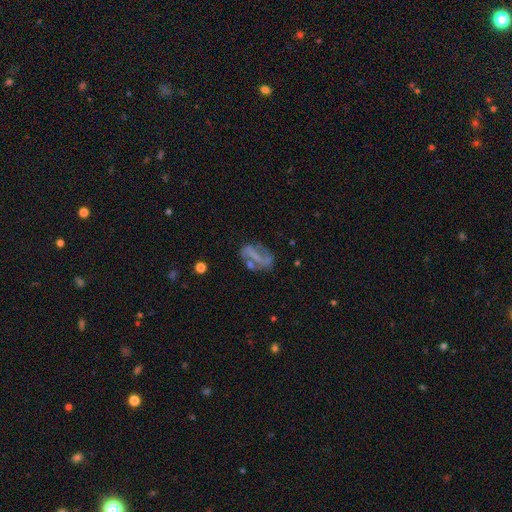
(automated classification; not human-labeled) This appears to be a featured or disk galaxy (66%) with a strong bar (51%), spiral arms (60%) and no central bulge (61%). Merging: none (56%).